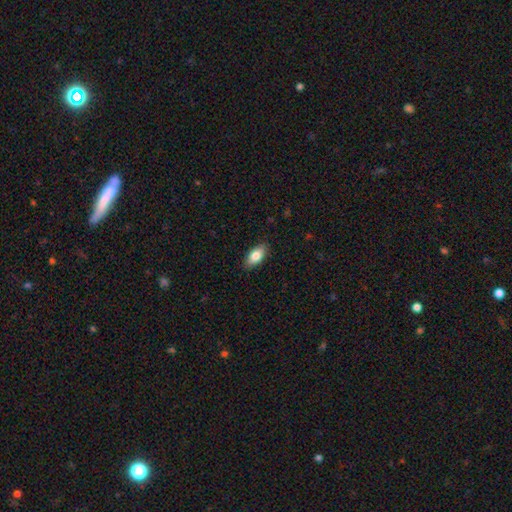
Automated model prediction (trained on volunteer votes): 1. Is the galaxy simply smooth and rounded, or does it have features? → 81% smooth, 12% featured or disk, 7% star or artifact.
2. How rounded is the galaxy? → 89% in between, 8% cigar-shaped, 3% round.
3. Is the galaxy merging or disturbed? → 88% none, 9% minor disturbance, 2% major disturbance, 1% merger.